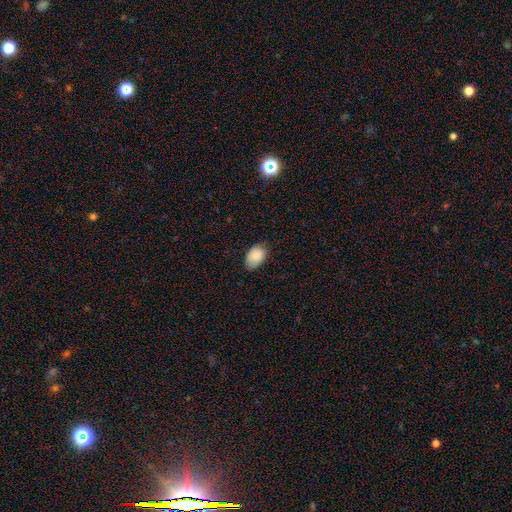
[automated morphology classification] smooth 88%, star or artifact 7%, featured or disk 5%. Down the decision tree: how rounded — in between (88%); merging — none (74%).